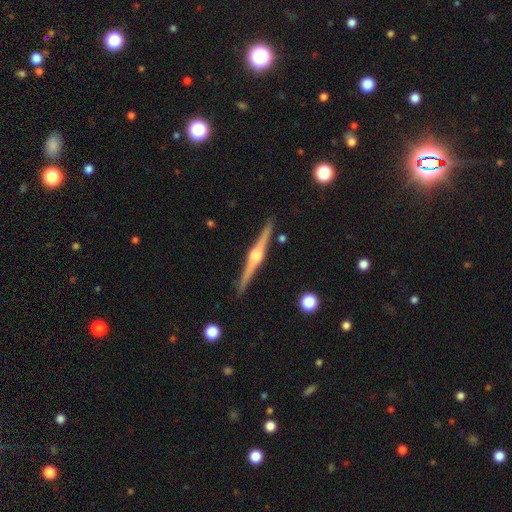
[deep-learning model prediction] Morphology: type=featured or disk (87%); edge-on=yes (99%); edge-on bulge=rounded (93%); merging=none (92%).